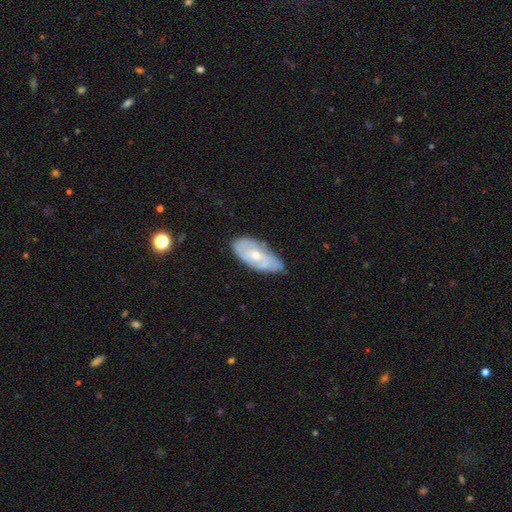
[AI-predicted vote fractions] A featured or disk galaxy (57%) with no bar (73%), spiral arms (60%) and a moderate central bulge (56%). Merging: none (62%).